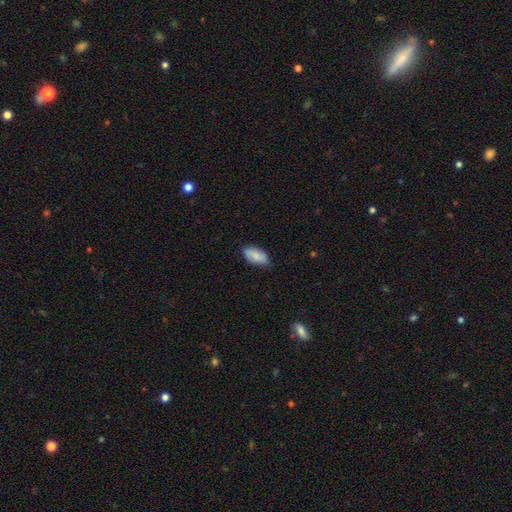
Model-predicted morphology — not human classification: smooth_or_featured: smooth (p=0.82) [alt: featured or disk p=0.12]
how_rounded: in between (p=0.93) [alt: cigar-shaped p=0.04]
merging: none (p=0.76) [alt: minor disturbance p=0.20]